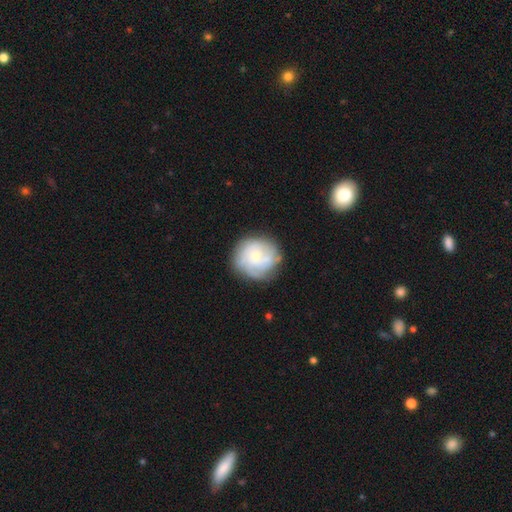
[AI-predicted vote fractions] smooth_or_featured: featured or disk (p=0.53) [alt: smooth p=0.40]
disk_edge_on: no (p=0.98) [alt: yes p=0.02]
bar: no (p=0.86) [alt: weak p=0.12]
has_spiral_arms: yes (p=0.63) [alt: no p=0.37]
bulge_size: small (p=0.59) [alt: moderate p=0.37]
merging: none (p=0.70) [alt: minor disturbance p=0.19]